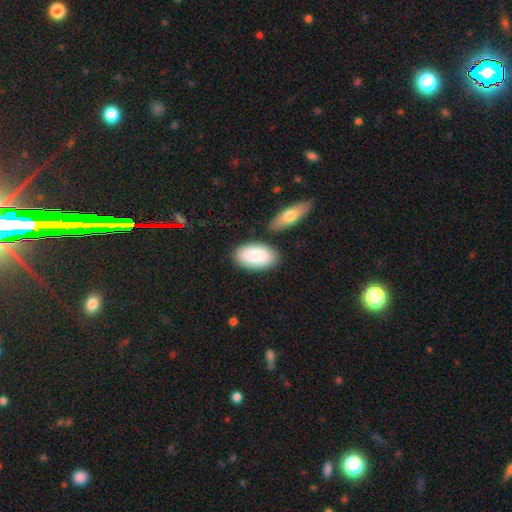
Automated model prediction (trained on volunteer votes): smooth_or_featured: smooth (p=0.79) [alt: featured or disk p=0.15]
how_rounded: in between (p=0.94) [alt: round p=0.03]
merging: none (p=0.77) [alt: minor disturbance p=0.12]